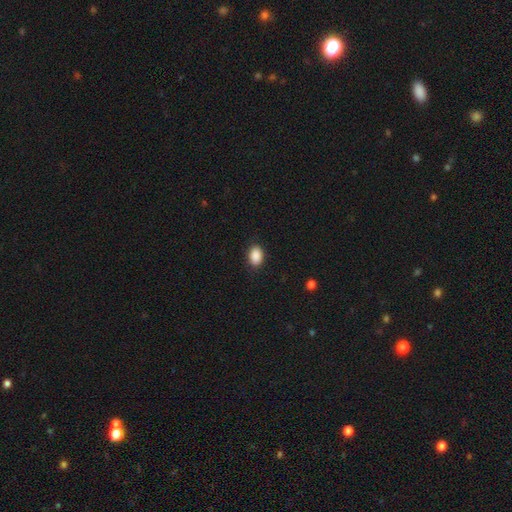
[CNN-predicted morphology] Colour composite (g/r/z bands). It shows a smooth galaxy with no disk features (90%) that is in between round and cigar-shaped (84%). Merging: none (87%).